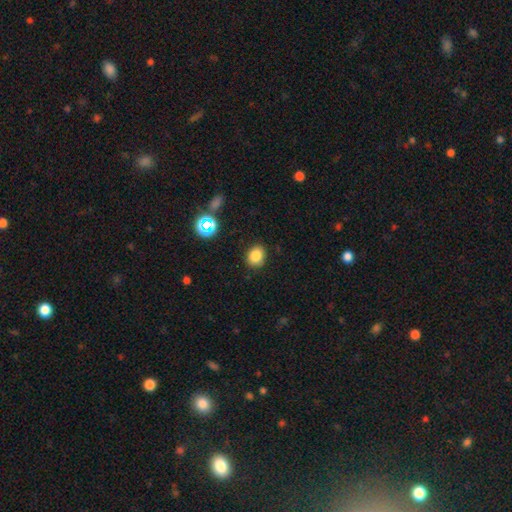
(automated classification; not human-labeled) Smooth or featured? smooth (82%)
How rounded? round (52%)
Merging? none (86%)